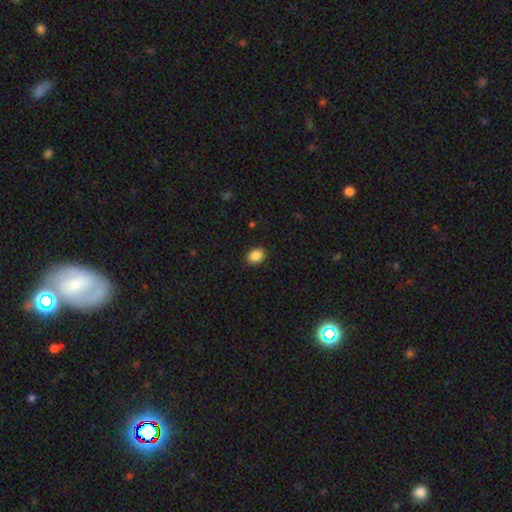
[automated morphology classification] This is clearly a smooth galaxy (88%). How rounded: possibly in between (58%). Merging: clearly none (89%).